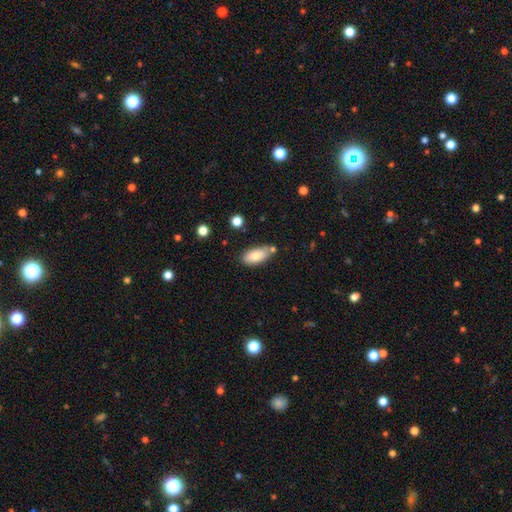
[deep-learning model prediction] The model was most divided on "merging": none: 71%, minor disturbance: 17%, merger: 9%, major disturbance: 3%. More confident: how rounded — in between (90%); smooth or featured — smooth (82%).